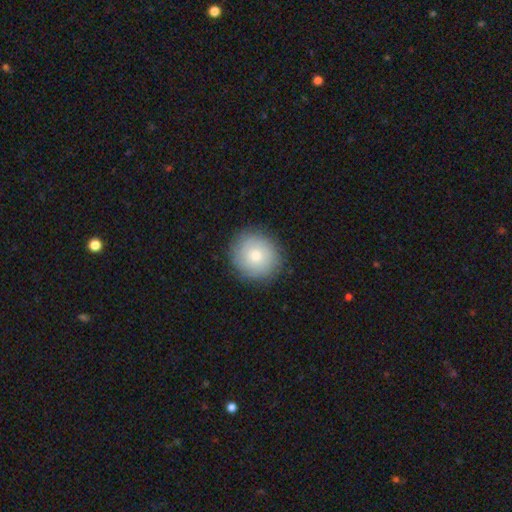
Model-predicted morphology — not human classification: Smooth or featured? smooth (70%)
How rounded? round (88%)
Merging? none (87%)